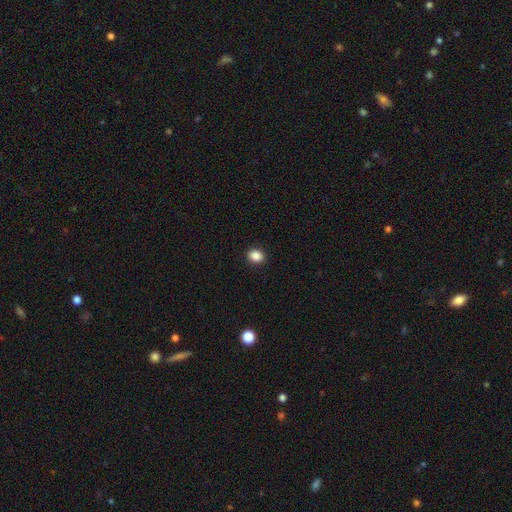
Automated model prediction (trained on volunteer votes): The model was most divided on "how rounded": round: 56%, in between: 43%, cigar-shaped: 1%. More confident: merging — none (91%); smooth or featured — smooth (87%).